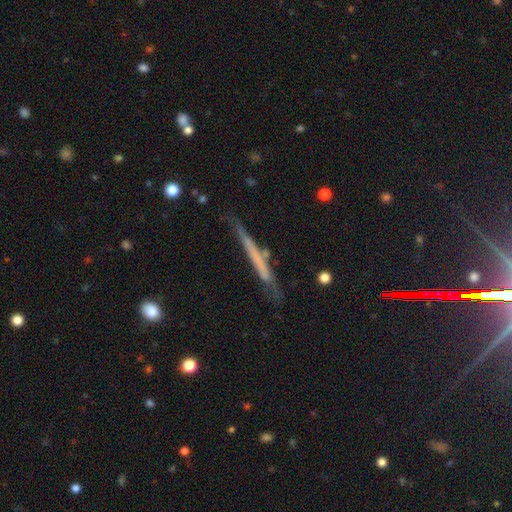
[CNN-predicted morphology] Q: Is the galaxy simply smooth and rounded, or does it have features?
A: featured or disk — 51%.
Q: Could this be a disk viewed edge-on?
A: yes — 94%.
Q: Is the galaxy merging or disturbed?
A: none — 75%.